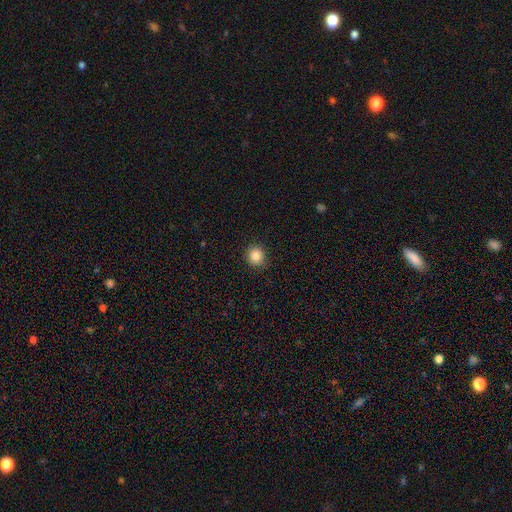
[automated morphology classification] Overall: smooth (86%). How rounded: round (89%). Merging: none (90%).